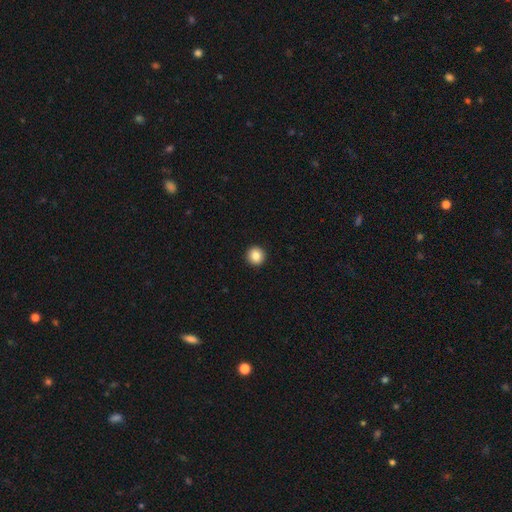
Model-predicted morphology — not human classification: type=smooth (85%); roundness=round (96%); merging=none (94%).